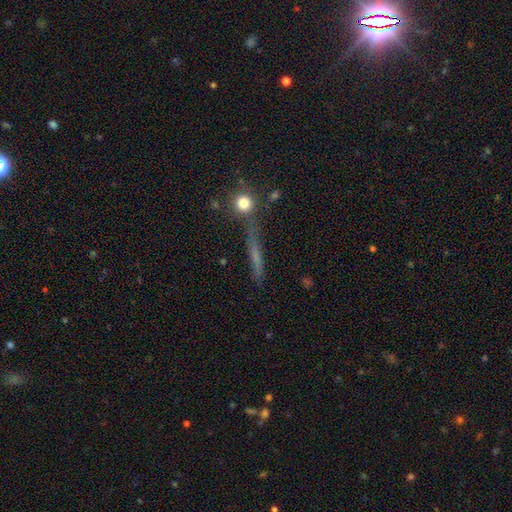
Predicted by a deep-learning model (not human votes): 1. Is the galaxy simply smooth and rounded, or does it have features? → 43% smooth, 39% featured or disk, 18% star or artifact.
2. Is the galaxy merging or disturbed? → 74% none, 14% minor disturbance, 6% merger, 6% major disturbance.